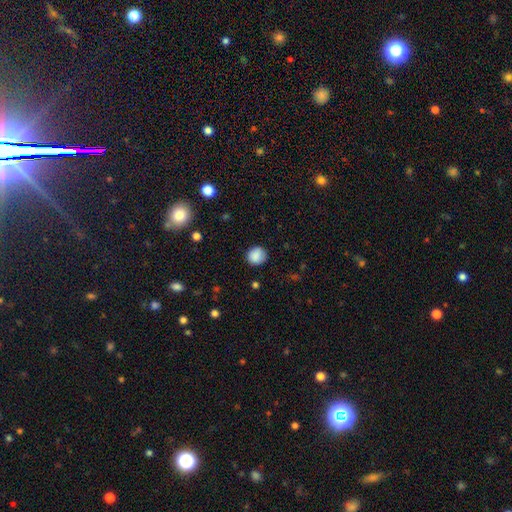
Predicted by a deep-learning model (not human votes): The model was most divided on "merging": none: 84%, minor disturbance: 11%, major disturbance: 3%, merger: 1%. More confident: smooth or featured — smooth (87%); how rounded — round (87%).